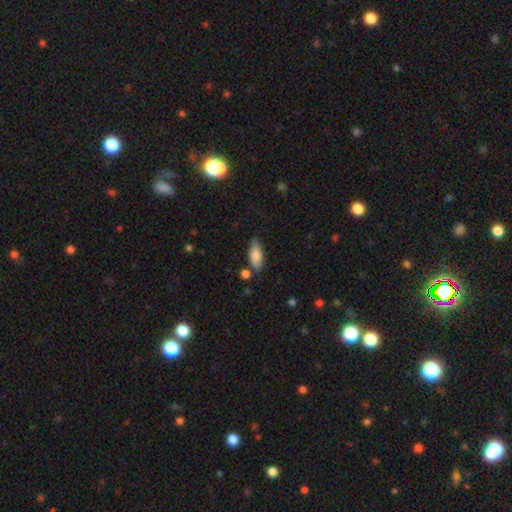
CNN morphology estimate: Smooth or featured?
  - smooth: 84% *
  - featured or disk: 10%
  - star or artifact: 6%
How rounded?
  - in between: 81% *
  - cigar-shaped: 17%
  - round: 2%
Merging?
  - none: 74% *
  - minor disturbance: 17%
  - merger: 6%
  - major disturbance: 4%